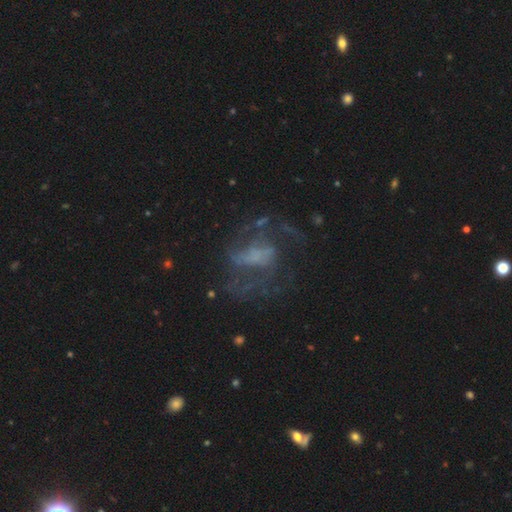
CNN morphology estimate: smooth-or-featured: featured or disk: 71% | smooth: 14% | star or artifact: 14%
  disk-edge-on: no: 96% | yes: 4%
    bar: no: 46% | weak: 37% | strong: 18%
    has-spiral-arms: yes: 72% | no: 28%
    bulge-size: none: 43% | small: 25% | moderate: 21% | large: 10% | dominant: 2%
  merging: none: 49% | major disturbance: 32% | minor disturbance: 17% | merger: 3%